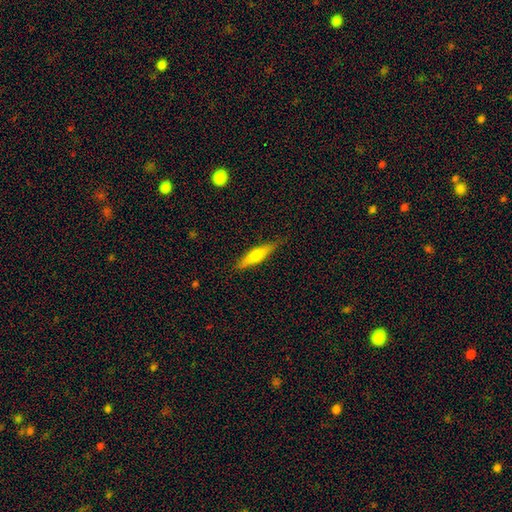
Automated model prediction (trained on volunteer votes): Smooth or featured? smooth (59%)
How rounded? cigar-shaped (80%)
Merging? none (85%)